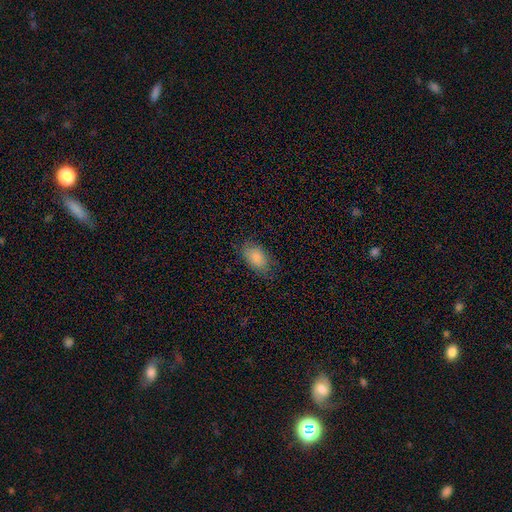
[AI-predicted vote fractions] smooth-or-featured: smooth: 85% | star or artifact: 8% | featured or disk: 7%
  how-rounded: in between: 90% | round: 8% | cigar-shaped: 2%
  merging: none: 75% | minor disturbance: 19% | major disturbance: 5% | merger: 1%